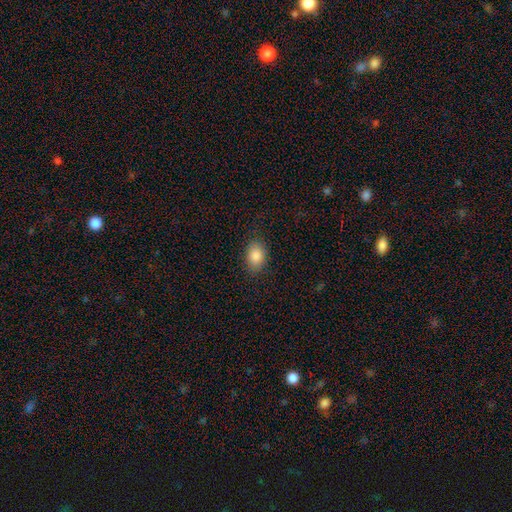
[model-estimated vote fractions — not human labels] smooth_or_featured: smooth (p=0.87) [alt: star or artifact p=0.08]
how_rounded: in between (p=0.84) [alt: round p=0.15]
merging: none (p=0.85) [alt: minor disturbance p=0.11]